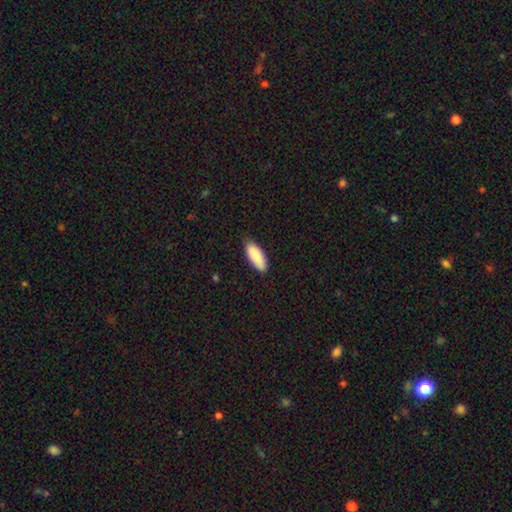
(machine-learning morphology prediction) Smooth or featured? smooth (90%)
How rounded? in between (77%)
Merging? none (85%)